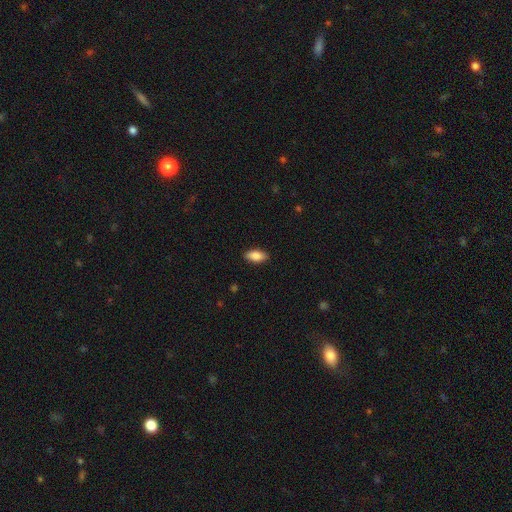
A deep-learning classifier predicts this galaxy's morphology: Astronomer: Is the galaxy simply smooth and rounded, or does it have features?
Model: smooth — 86%.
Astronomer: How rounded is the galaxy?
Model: in between — 89%.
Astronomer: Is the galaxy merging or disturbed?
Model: none — 89%.